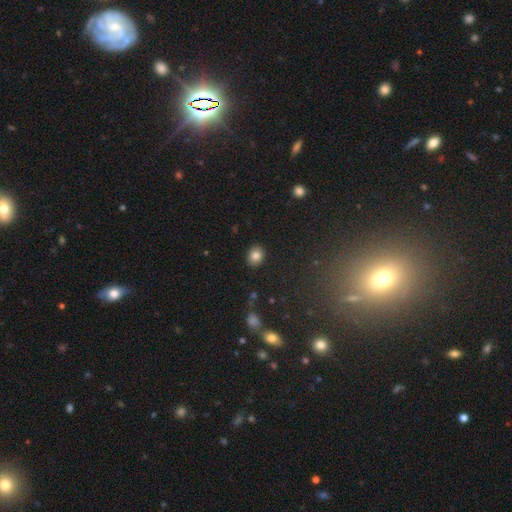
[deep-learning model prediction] Morphology: type=smooth (82%); roundness=round (58%); merging=none (89%).